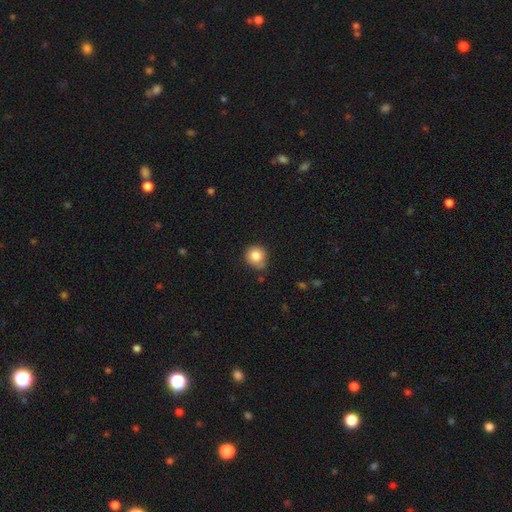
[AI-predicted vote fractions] Smooth or featured: smooth — 83% (star or artifact — 10%)
How rounded: round — 87% (in between — 12%)
Merging: none — 66% (minor disturbance — 25%)